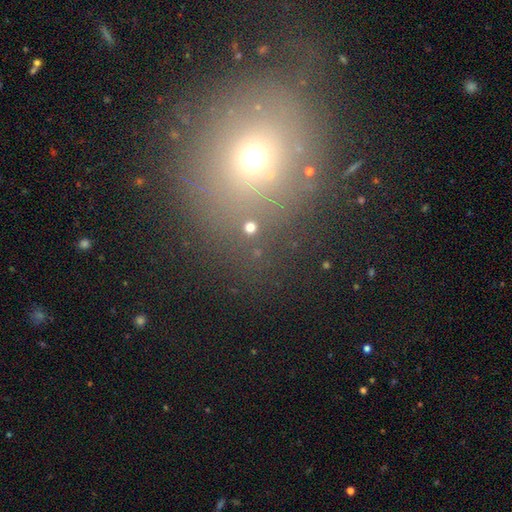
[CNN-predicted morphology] A smooth galaxy with no disk features (57%) that is round (77%).

Vote fractions:
- Smooth or featured? smooth: 57% / star or artifact: 30% / featured or disk: 13%
- How rounded? round: 77% / in between: 21% / cigar-shaped: 2%
- Merging? none: 71% / minor disturbance: 13% / major disturbance: 9% / merger: 7%